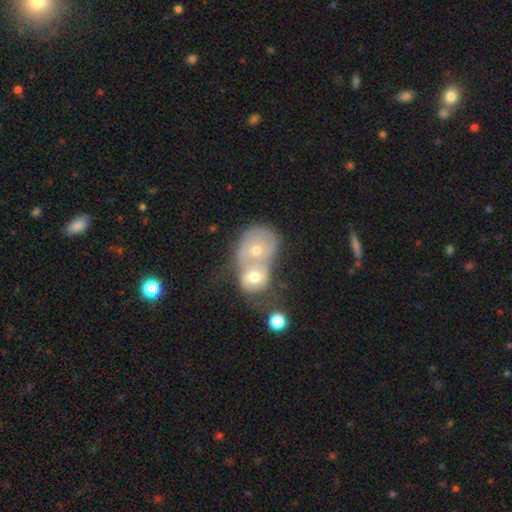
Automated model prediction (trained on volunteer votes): smooth-or-featured: featured or disk: 50% | smooth: 39% | star or artifact: 11%
  merging: merger: 74% | none: 17% | minor disturbance: 5% | major disturbance: 4%